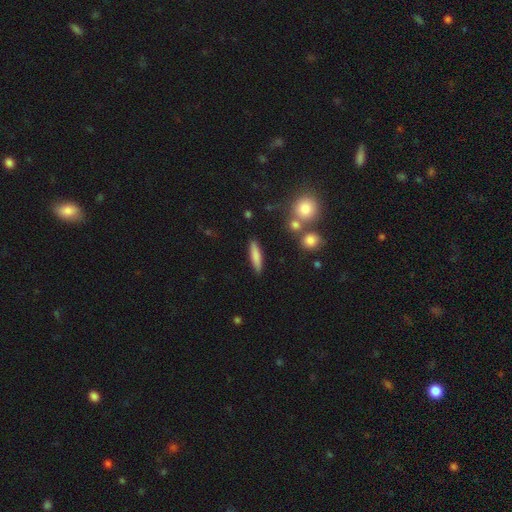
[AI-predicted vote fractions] A smooth galaxy with no disk features (77%) that is cigar-shaped (81%).

Vote fractions:
- Smooth or featured? smooth: 77% / featured or disk: 16% / star or artifact: 7%
- How rounded? cigar-shaped: 81% / in between: 17% / round: 3%
- Merging? none: 86% / minor disturbance: 8% / merger: 3% / major disturbance: 2%